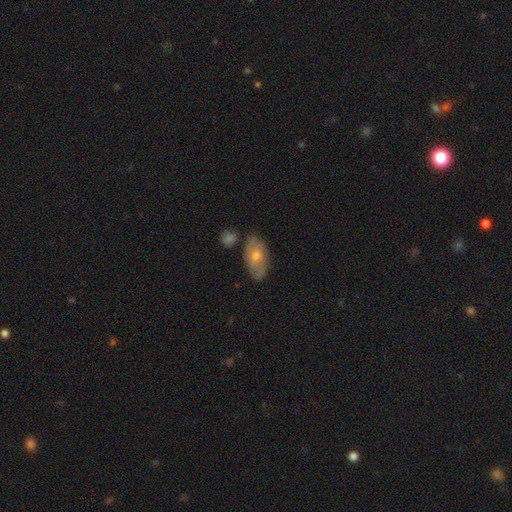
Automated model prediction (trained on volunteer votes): A smooth galaxy with no disk features (49%).

Vote fractions:
- Smooth or featured? smooth: 49% / featured or disk: 43% / star or artifact: 8%
- Merging? none: 69% / minor disturbance: 19% / merger: 7% / major disturbance: 5%